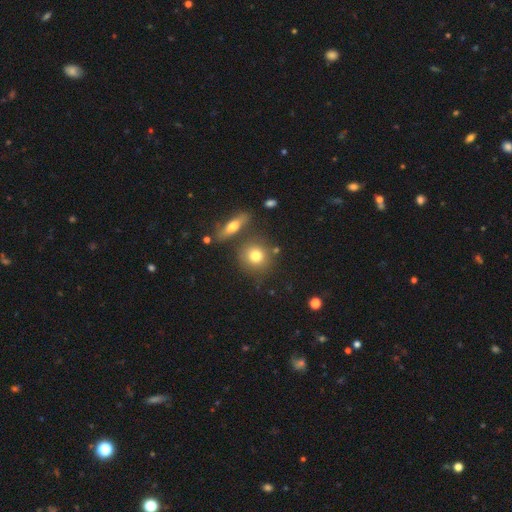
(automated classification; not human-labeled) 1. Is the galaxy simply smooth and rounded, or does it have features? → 75% smooth, 14% featured or disk, 11% star or artifact.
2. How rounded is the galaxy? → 84% round, 14% in between, 2% cigar-shaped.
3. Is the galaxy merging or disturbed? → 73% none, 13% merger, 10% minor disturbance, 4% major disturbance.